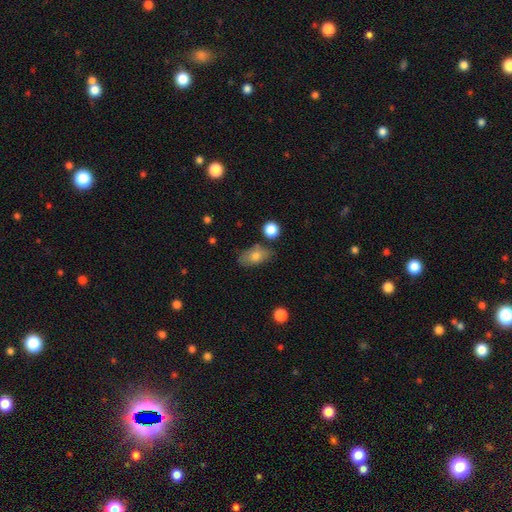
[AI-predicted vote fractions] Morphology: type=smooth (75%); roundness=in between (88%); merging=none (67%).